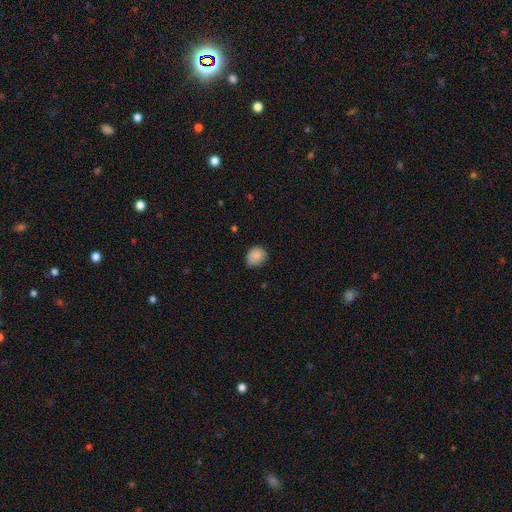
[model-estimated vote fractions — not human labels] This is clearly a smooth galaxy (87%). How rounded: likely round (70%). Merging: likely none (70%).